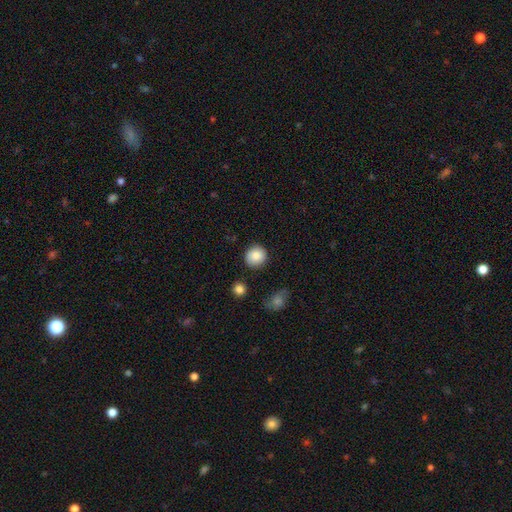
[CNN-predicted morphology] The model was most divided on "smooth or featured": smooth: 86%, star or artifact: 8%, featured or disk: 6%. More confident: how rounded — round (91%); merging — none (88%).